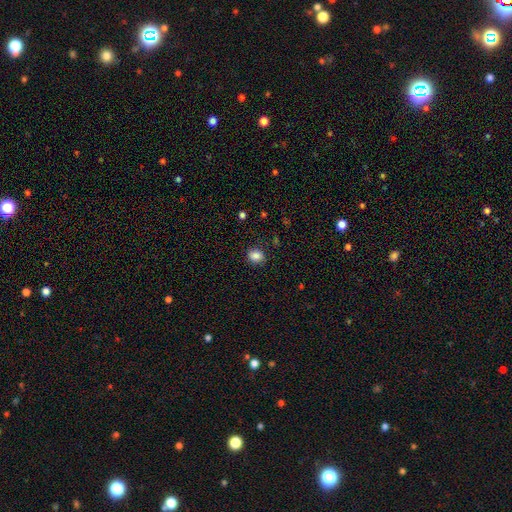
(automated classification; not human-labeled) smooth 85%, star or artifact 10%, featured or disk 5%. Down the decision tree: how rounded — round (57%); merging — none (83%).